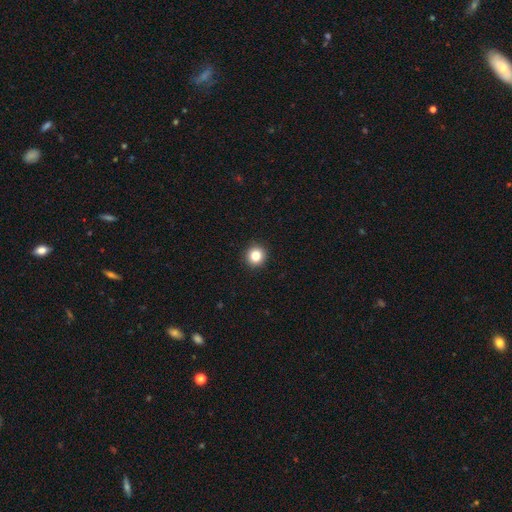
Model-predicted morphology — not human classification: Smooth or featured? Predicted: smooth (p=0.83). How rounded? Predicted: round (p=0.94). Merging? Predicted: none (p=0.93).